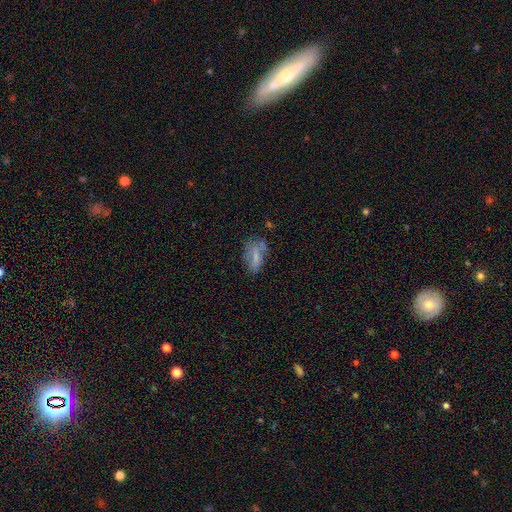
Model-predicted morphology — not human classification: Smooth or featured: smooth — 63% (featured or disk — 26%)
How rounded: in between — 82% (cigar-shaped — 12%)
Merging: none — 52% (minor disturbance — 28%)